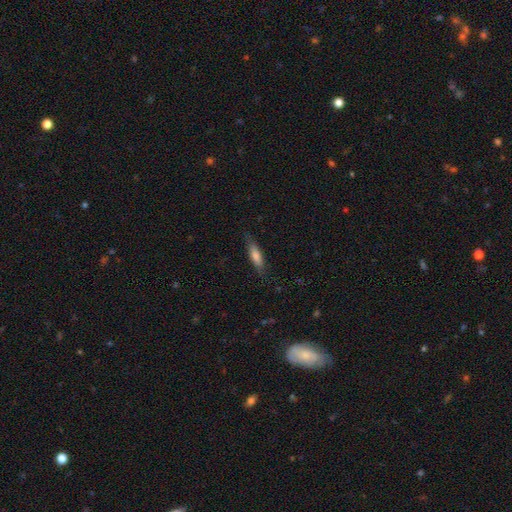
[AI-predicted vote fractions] Smooth or featured: smooth — 73% (featured or disk — 21%)
How rounded: cigar-shaped — 67% (in between — 31%)
Merging: none — 80% (minor disturbance — 15%)